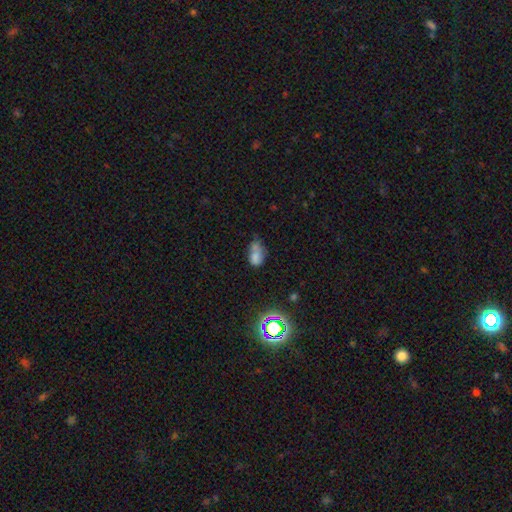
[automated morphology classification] This appears to be a smooth galaxy with no disk features (66%) that is in between round and cigar-shaped (81%). Merging: minor disturbance (32%).